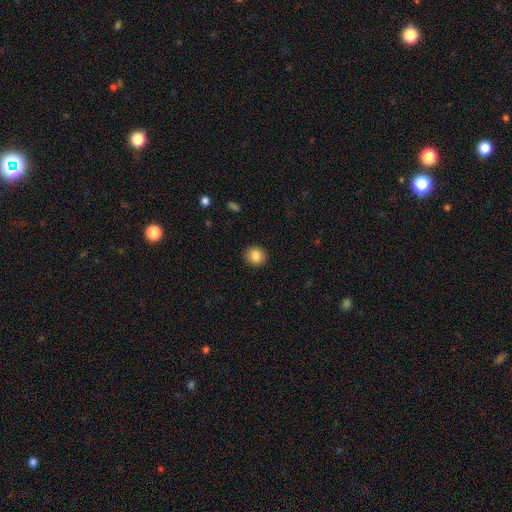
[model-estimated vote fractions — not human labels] Smooth or featured: smooth — 85% (star or artifact — 9%)
How rounded: round — 87% (in between — 12%)
Merging: none — 92% (minor disturbance — 6%)